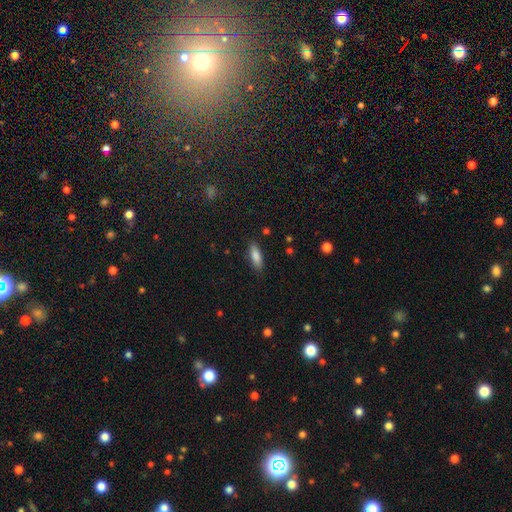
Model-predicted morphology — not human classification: Smooth or featured? smooth (84%)
How rounded? in between (61%)
Merging? none (86%)